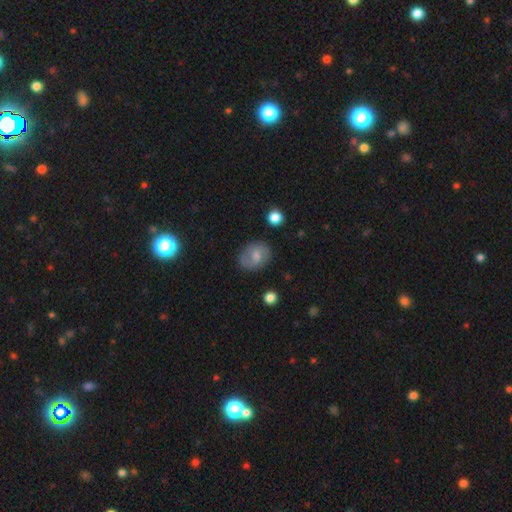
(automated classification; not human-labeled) smooth 60%, featured or disk 32%, star or artifact 8%. Down the decision tree: how rounded — in between (50%); merging — none (76%).